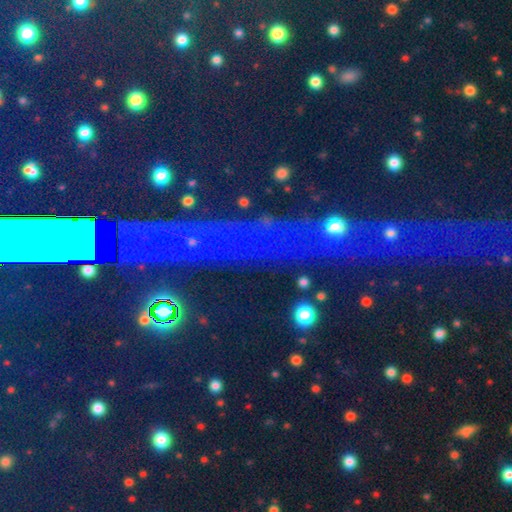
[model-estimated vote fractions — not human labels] Smooth or featured? Predicted: star or artifact (p=0.77).